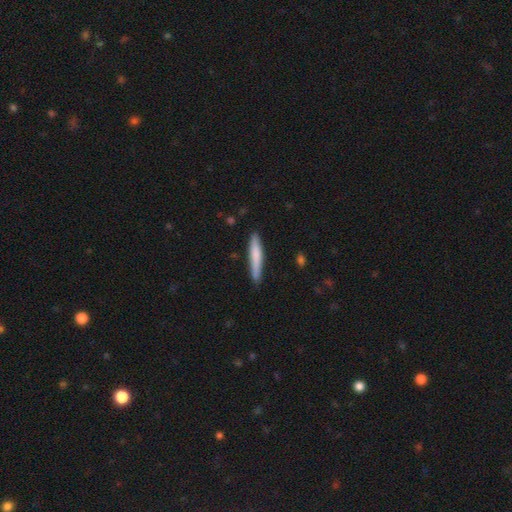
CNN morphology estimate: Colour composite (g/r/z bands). It shows a smooth galaxy with no disk features (74%) that is cigar-shaped (93%). Merging: none (84%).